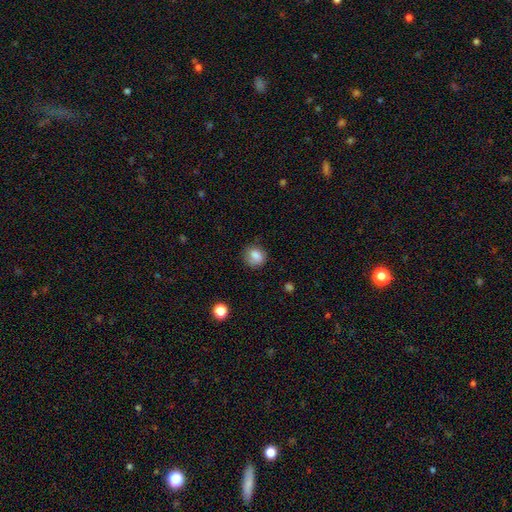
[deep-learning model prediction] smooth-or-featured: smooth: 81% | featured or disk: 10% | star or artifact: 9%
  how-rounded: round: 69% | in between: 30% | cigar-shaped: 1%
  merging: none: 71% | minor disturbance: 21% | major disturbance: 7% | merger: 2%